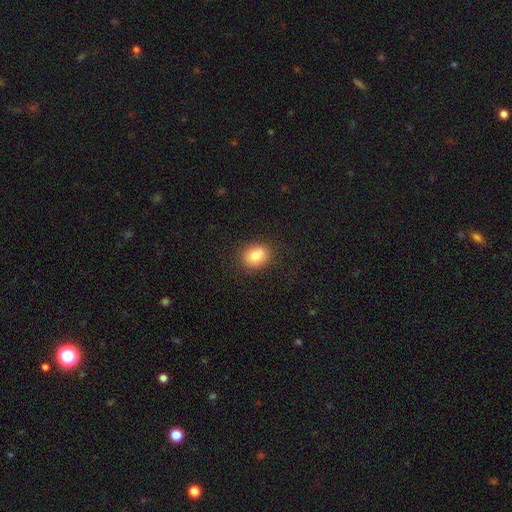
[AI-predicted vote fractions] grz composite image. It shows a smooth galaxy with no disk features (81%) that is round (52%). Merging: none (86%).